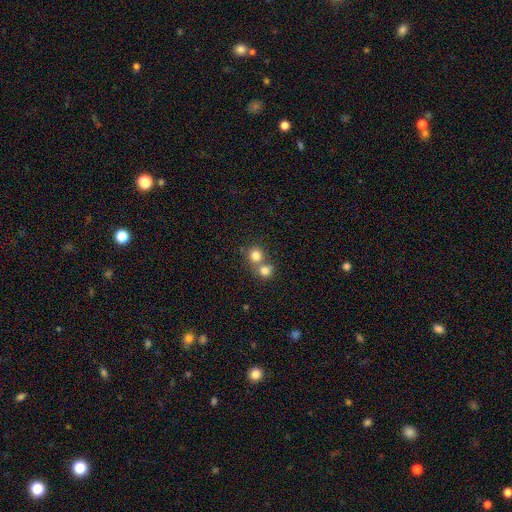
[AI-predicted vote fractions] The model was most divided on "merging": merger: 47%, none: 46%, minor disturbance: 5%, major disturbance: 2%. More confident: how rounded — round (88%); smooth or featured — smooth (79%).